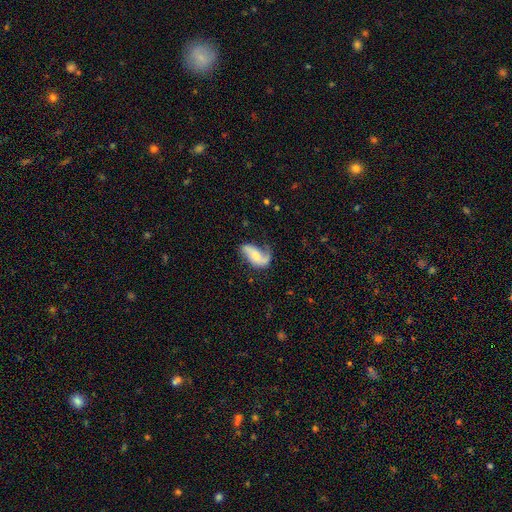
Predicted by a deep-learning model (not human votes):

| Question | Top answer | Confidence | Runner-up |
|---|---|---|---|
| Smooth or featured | featured or disk | 66% | smooth (27%) |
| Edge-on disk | no | 94% | yes (6%) |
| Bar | no | 56% | weak (28%) |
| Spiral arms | yes | 88% | no (12%) |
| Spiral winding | loose | 65% | medium (25%) |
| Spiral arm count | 2 | 69% | 1 (23%) |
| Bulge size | moderate | 48% | small (42%) |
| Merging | none | 49% | minor disturbance (28%) |